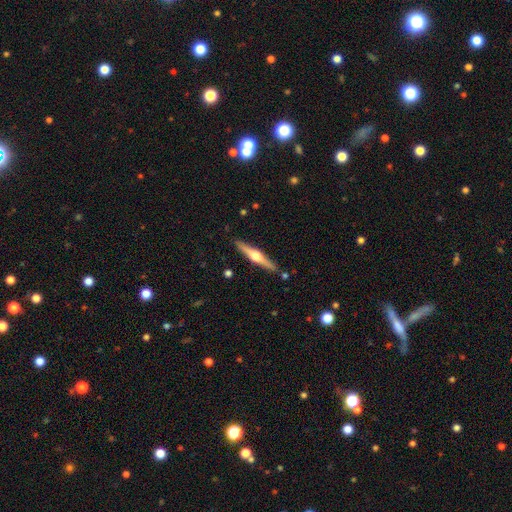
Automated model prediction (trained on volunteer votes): A featured or disk galaxy (72%) viewed edge-on (98%) with a rounded central bulge (95%). Merging: none (88%).